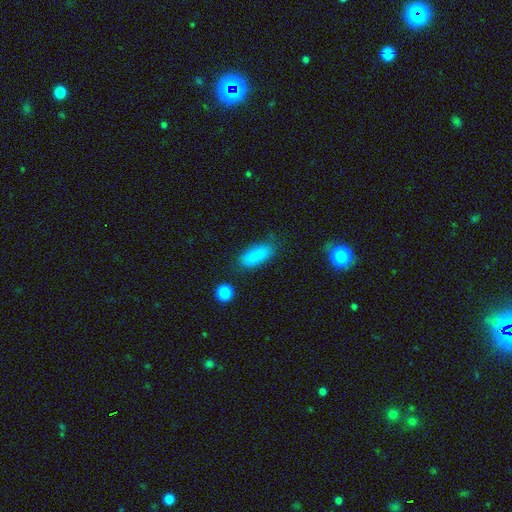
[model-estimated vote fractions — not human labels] Smooth or featured: smooth — 86% (star or artifact — 8%)
How rounded: in between — 75% (cigar-shaped — 22%)
Merging: none — 76% (minor disturbance — 16%)